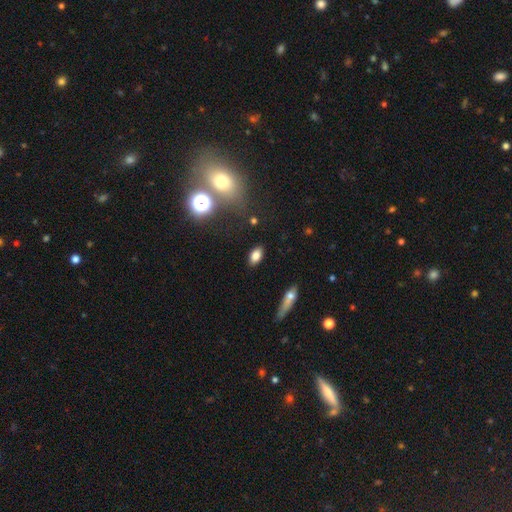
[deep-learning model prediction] smooth_or_featured: smooth (p=0.80) [alt: star or artifact p=0.11]
how_rounded: in between (p=0.88) [alt: round p=0.08]
merging: none (p=0.86) [alt: minor disturbance p=0.10]